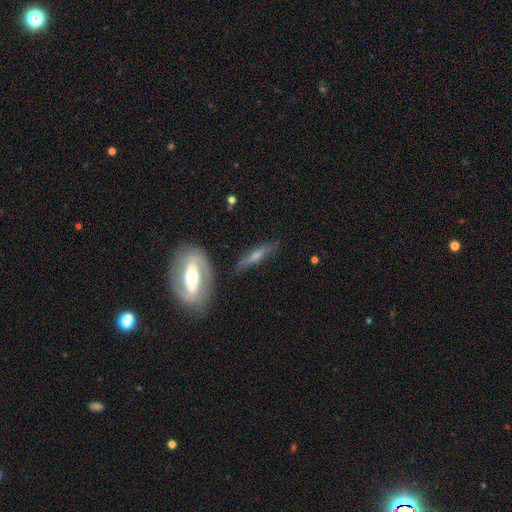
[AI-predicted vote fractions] This is possibly a featured or disk galaxy (57%). It is likely viewed edge-on (72%). Merging: likely none (75%).